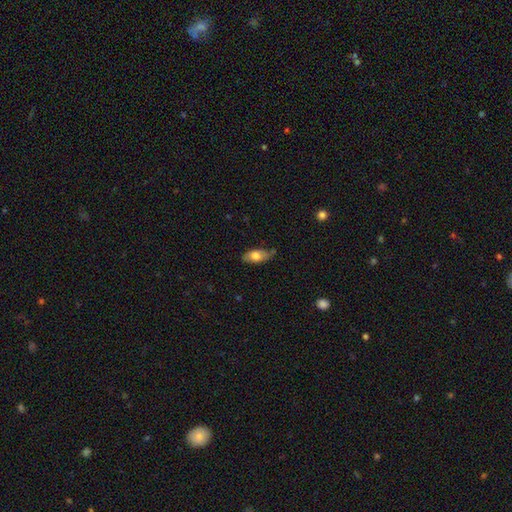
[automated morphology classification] A smooth galaxy with no disk features (71%) that is in between round and cigar-shaped (86%). Merging: none (70%).